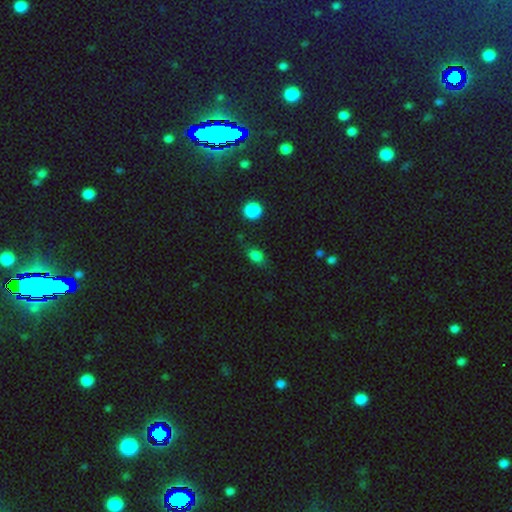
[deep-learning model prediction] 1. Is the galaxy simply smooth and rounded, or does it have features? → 80% smooth, 12% star or artifact, 8% featured or disk.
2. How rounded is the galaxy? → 74% in between, 20% round, 5% cigar-shaped.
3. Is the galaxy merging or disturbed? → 70% none, 21% minor disturbance, 6% major disturbance, 3% merger.